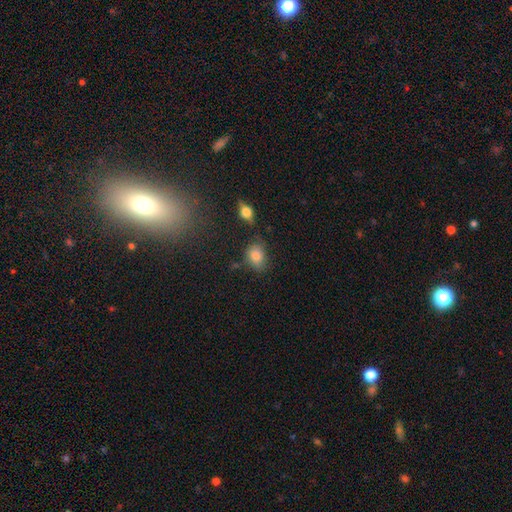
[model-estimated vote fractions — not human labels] A smooth galaxy with no disk features (80%) that is in between round and cigar-shaped (69%). Merging: none (64%).